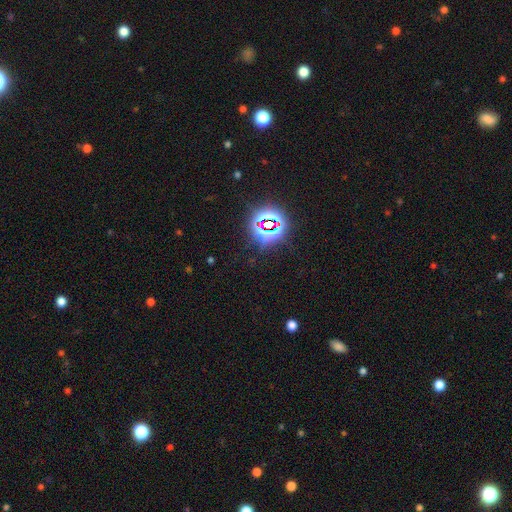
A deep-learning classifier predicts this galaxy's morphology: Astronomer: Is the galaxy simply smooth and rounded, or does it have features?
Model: star or artifact — 82%.